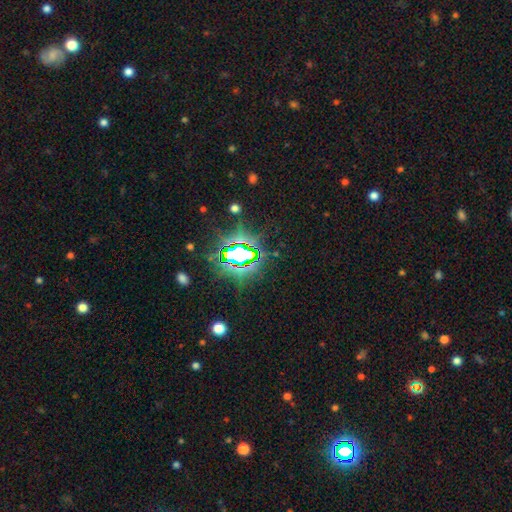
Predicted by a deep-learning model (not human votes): Smooth or featured: star or artifact — 81% (smooth — 10%)